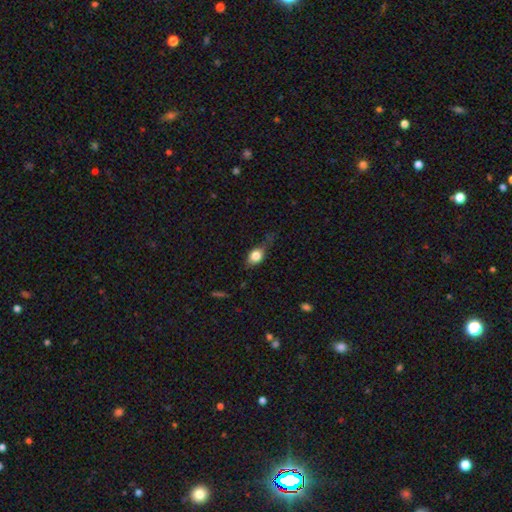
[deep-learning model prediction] This appears to be a smooth galaxy with no disk features (77%) that is in between round and cigar-shaped (67%). Merging: none (48%).